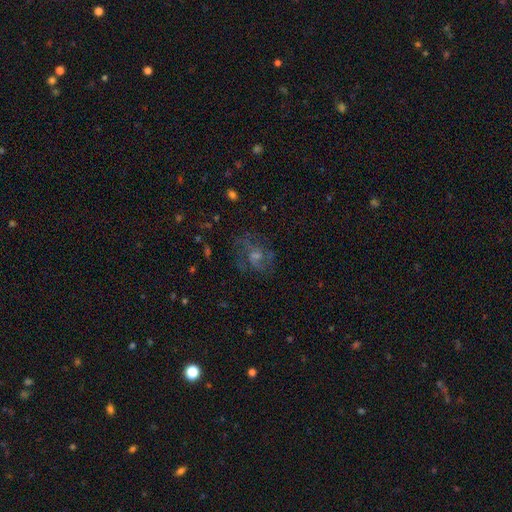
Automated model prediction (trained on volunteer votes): featured or disk 59%, smooth 26%, star or artifact 16%. Down the decision tree: edge-on disk — no (97%); bar — no (60%); spiral arms — yes (72%); bulge size — small (41%); merging — none (56%).